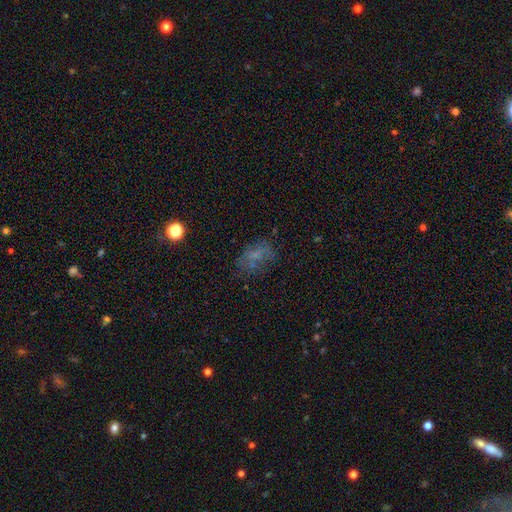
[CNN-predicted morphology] Smooth or featured? smooth (50%)
How rounded? in between (80%)
Merging? none (56%)